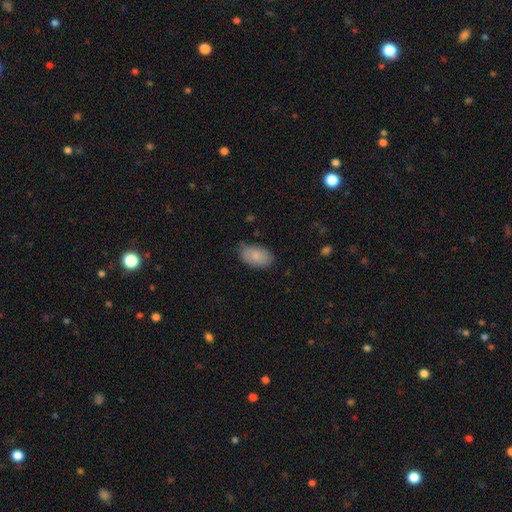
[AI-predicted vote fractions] Overall: smooth (84%). How rounded: in between (92%). Merging: none (74%).